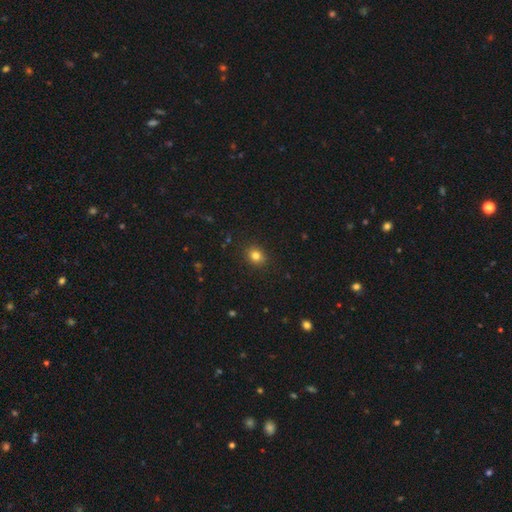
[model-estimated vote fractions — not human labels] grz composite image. It shows a smooth galaxy with no disk features (81%) that is round (62%). Merging: none (89%).